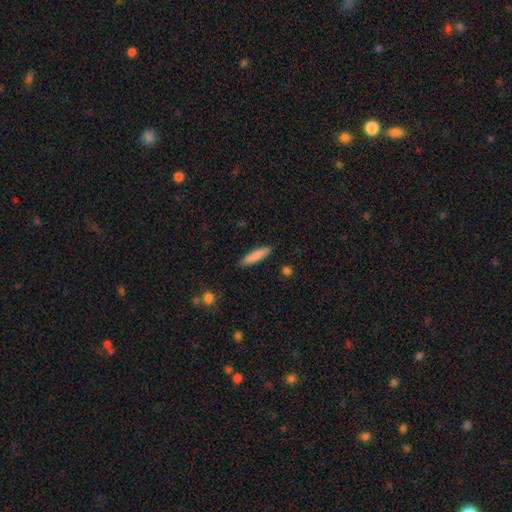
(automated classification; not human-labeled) A smooth galaxy with no disk features (83%) that is cigar-shaped (84%). Merging: none (89%).